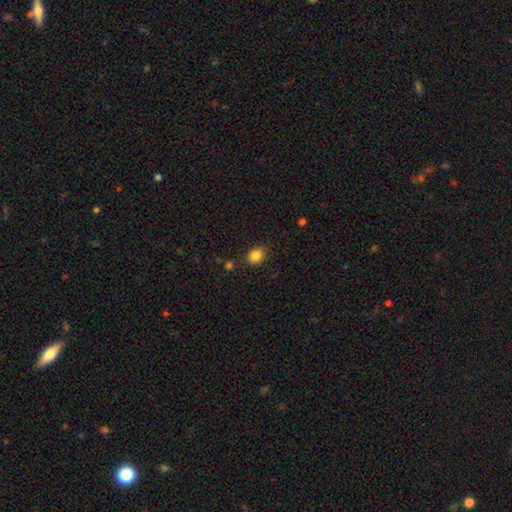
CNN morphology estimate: Smooth or featured: smooth — 84% (star or artifact — 10%)
How rounded: in between — 53% (round — 46%)
Merging: none — 77% (minor disturbance — 16%)